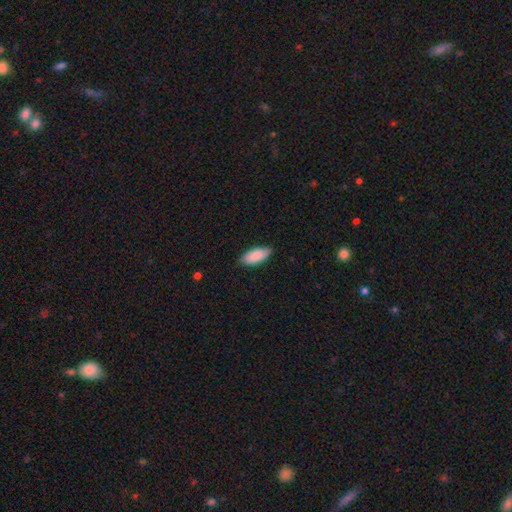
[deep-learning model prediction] smooth 89%, featured or disk 6%, star or artifact 5%. Down the decision tree: how rounded — in between (85%); merging — none (82%).